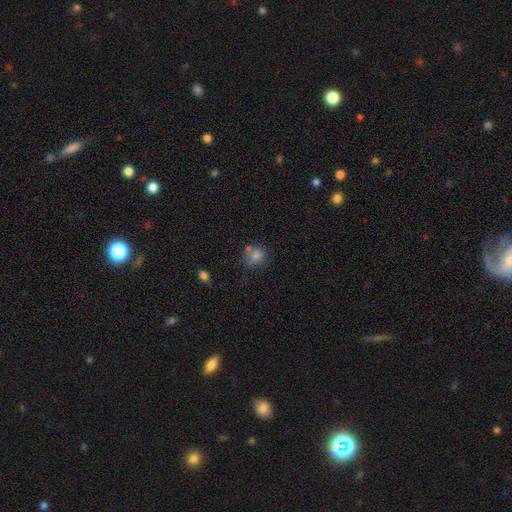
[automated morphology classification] A smooth galaxy with no disk features (77%) that is round (78%). Merging: none (61%).